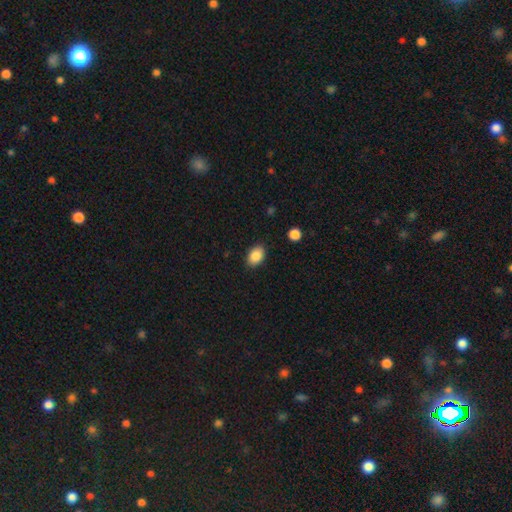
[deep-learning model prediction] Smooth or featured? smooth (87%)
How rounded? in between (83%)
Merging? none (87%)